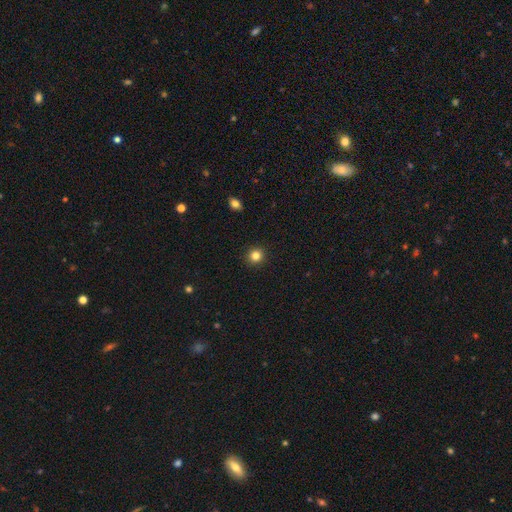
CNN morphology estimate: Smooth or featured?
  - smooth: 83% *
  - star or artifact: 12%
  - featured or disk: 5%
How rounded?
  - round: 92% *
  - in between: 7%
  - cigar-shaped: 1%
Merging?
  - none: 93% *
  - minor disturbance: 5%
  - major disturbance: 2%
  - merger: 1%